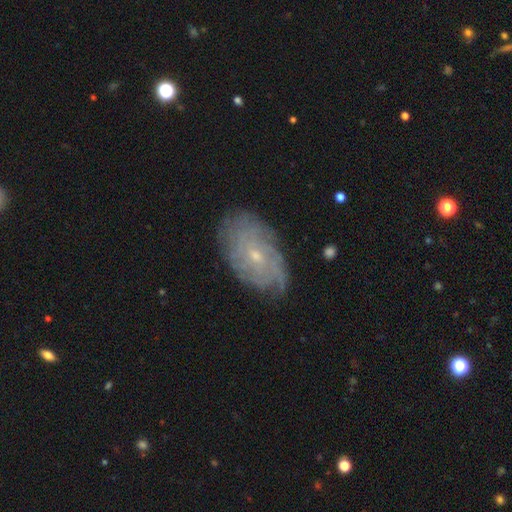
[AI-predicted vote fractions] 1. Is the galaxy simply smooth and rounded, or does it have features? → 70% featured or disk, 21% smooth, 9% star or artifact.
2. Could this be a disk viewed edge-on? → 94% no, 6% yes.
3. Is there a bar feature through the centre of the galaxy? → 79% no, 18% weak, 3% strong.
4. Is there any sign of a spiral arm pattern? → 86% yes, 14% no.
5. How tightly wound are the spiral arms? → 69% tight, 22% medium, 8% loose.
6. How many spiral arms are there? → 59% can't tell, 10% 4, 9% 2, 9% more than 4, 8% 3, 5% 1.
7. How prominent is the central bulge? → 76% small, 21% moderate, 2% none, 1% large, 1% dominant.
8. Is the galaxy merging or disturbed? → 75% none, 19% minor disturbance, 5% major disturbance, 1% merger.